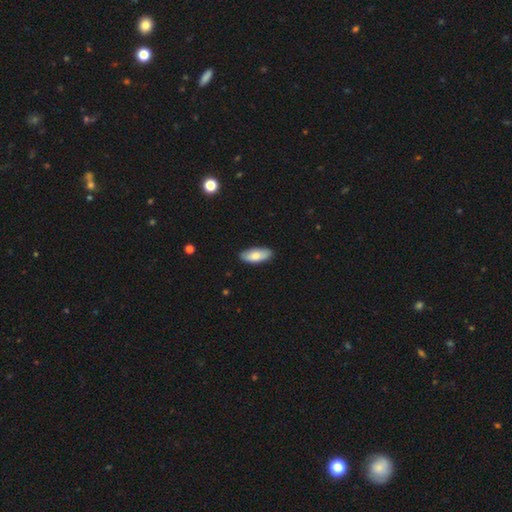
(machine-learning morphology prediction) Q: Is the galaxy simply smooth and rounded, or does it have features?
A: smooth — 76%.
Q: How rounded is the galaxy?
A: in between — 84%.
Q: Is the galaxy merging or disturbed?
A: none — 87%.